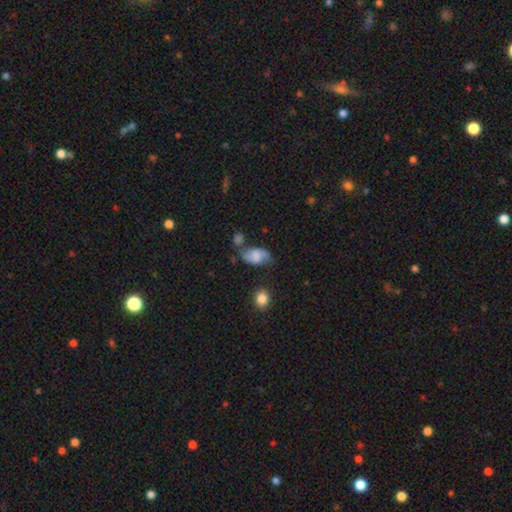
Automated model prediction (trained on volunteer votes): Morphology: type=smooth (53%); roundness=in between (90%); merging=none (51%).